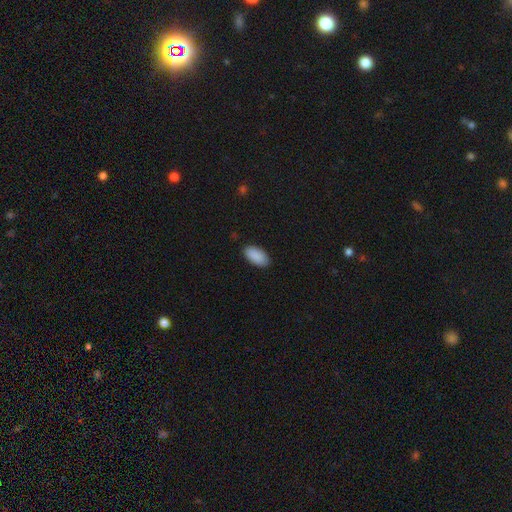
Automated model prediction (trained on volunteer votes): A smooth galaxy with no disk features (91%) that is in between round and cigar-shaped (95%). Merging: none (88%).